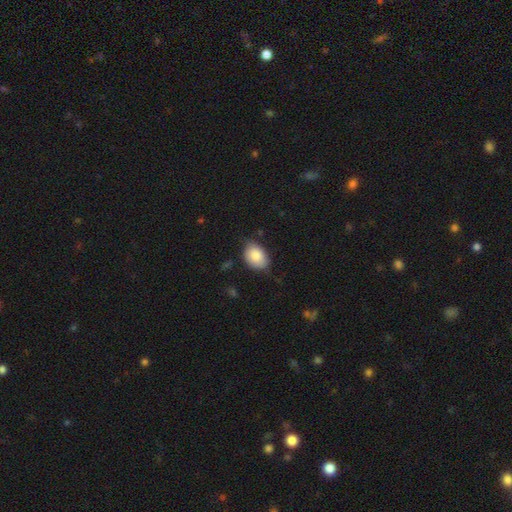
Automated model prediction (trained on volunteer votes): This is clearly a smooth galaxy (86%). How rounded: clearly in between (83%). Merging: likely none (70%).